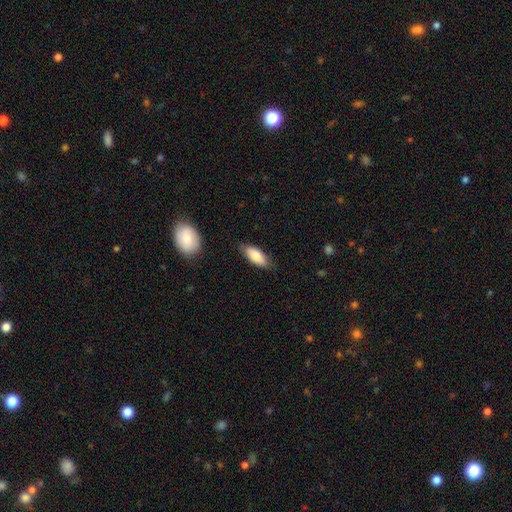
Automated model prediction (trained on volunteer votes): This appears to be a smooth galaxy with no disk features (82%) that is in between round and cigar-shaped (80%). Merging: none (79%).